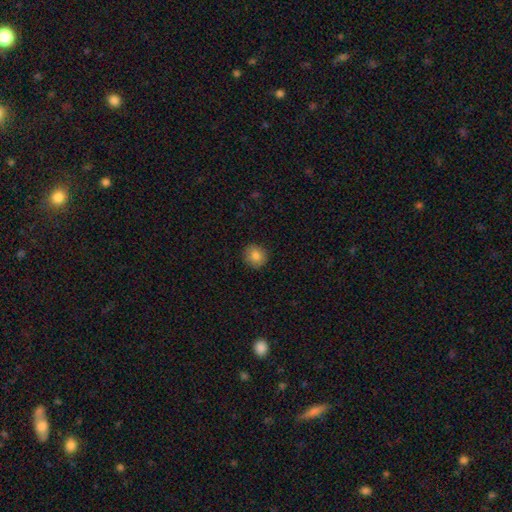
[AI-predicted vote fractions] Morphology: type=smooth (83%); roundness=round (90%); merging=none (90%).